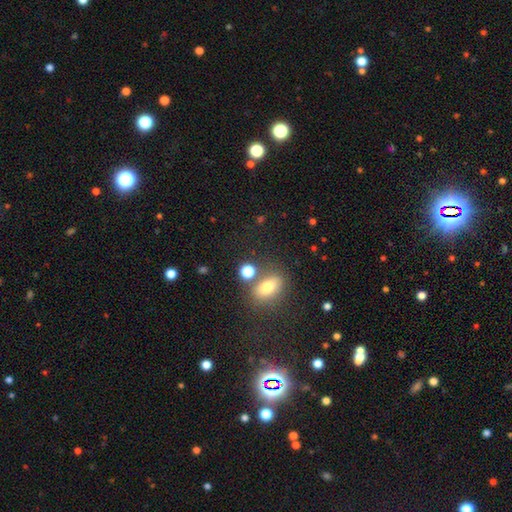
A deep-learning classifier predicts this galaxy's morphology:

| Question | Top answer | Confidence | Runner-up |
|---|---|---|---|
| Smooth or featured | star or artifact | 53% | smooth (37%) |